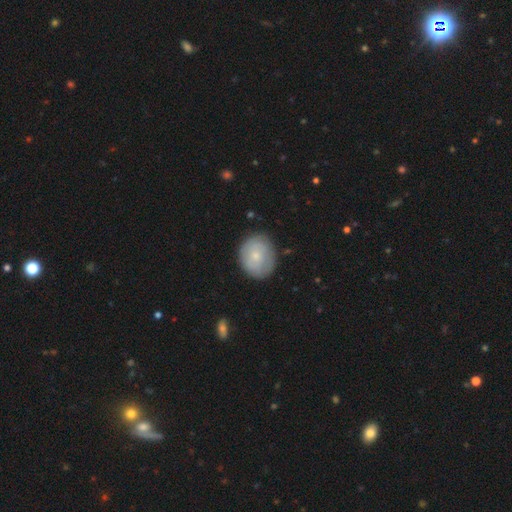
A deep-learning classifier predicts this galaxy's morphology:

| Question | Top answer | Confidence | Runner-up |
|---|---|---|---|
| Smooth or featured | smooth | 68% | featured or disk (25%) |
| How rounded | round | 65% | in between (34%) |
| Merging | none | 79% | minor disturbance (16%) |